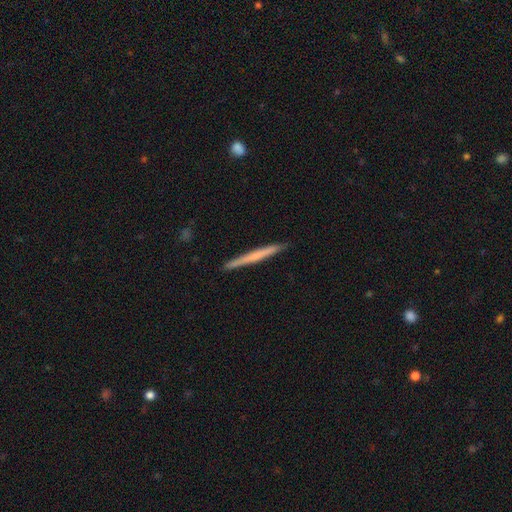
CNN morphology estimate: A smooth galaxy with no disk features (48%).

Vote fractions:
- Smooth or featured? smooth: 48% / featured or disk: 47% / star or artifact: 6%
- Merging? none: 91% / minor disturbance: 6% / major disturbance: 1% / merger: 1%